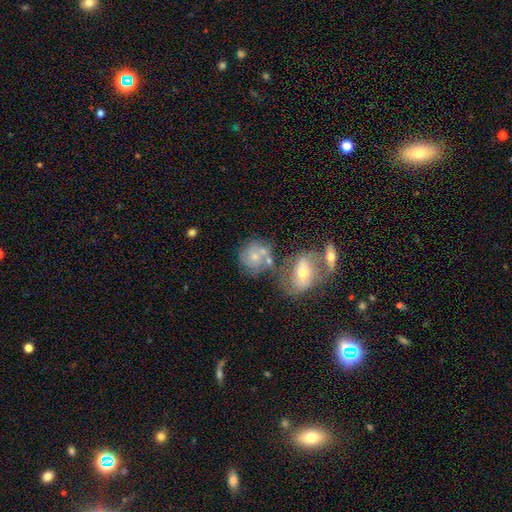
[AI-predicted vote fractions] featured or disk 45%, smooth 44%, star or artifact 11%. Down the decision tree: merging — merger (39%).